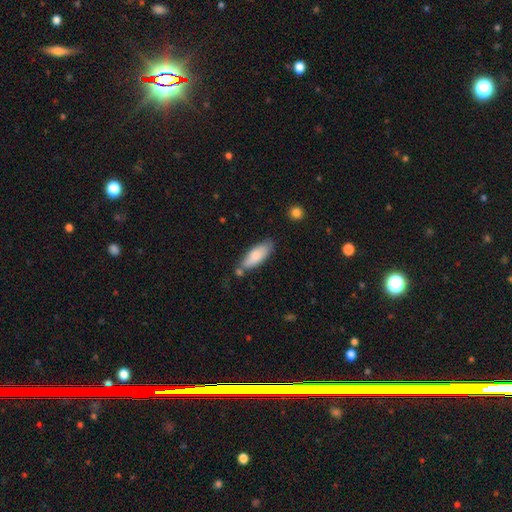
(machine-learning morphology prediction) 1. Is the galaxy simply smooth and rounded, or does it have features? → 80% smooth, 14% featured or disk, 6% star or artifact.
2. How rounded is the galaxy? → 66% in between, 32% cigar-shaped, 2% round.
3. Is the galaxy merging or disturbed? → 67% none, 19% minor disturbance, 10% merger, 4% major disturbance.